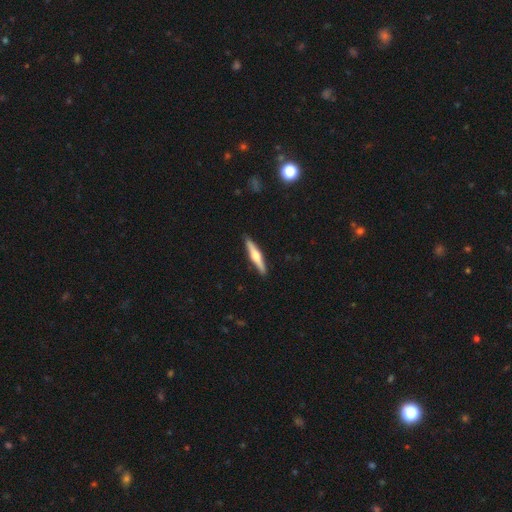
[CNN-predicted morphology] type=featured or disk (58%); edge-on=yes (97%); edge-on bulge=rounded (87%); merging=none (91%).